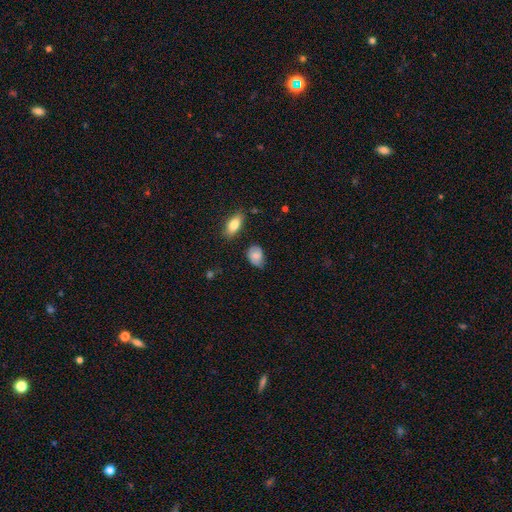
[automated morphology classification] A smooth galaxy with no disk features (77%) that is in between round and cigar-shaped (77%). Merging: none (54%).